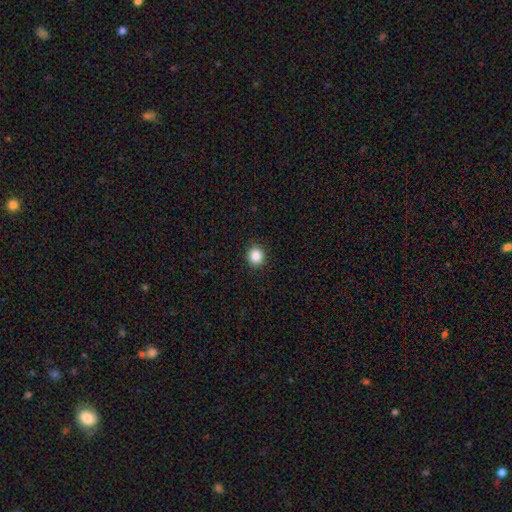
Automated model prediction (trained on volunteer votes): Smooth or featured?
  - smooth: 87% *
  - star or artifact: 10%
  - featured or disk: 3%
How rounded?
  - round: 87% *
  - in between: 12%
  - cigar-shaped: 1%
Merging?
  - none: 92% *
  - minor disturbance: 6%
  - major disturbance: 2%
  - merger: 1%